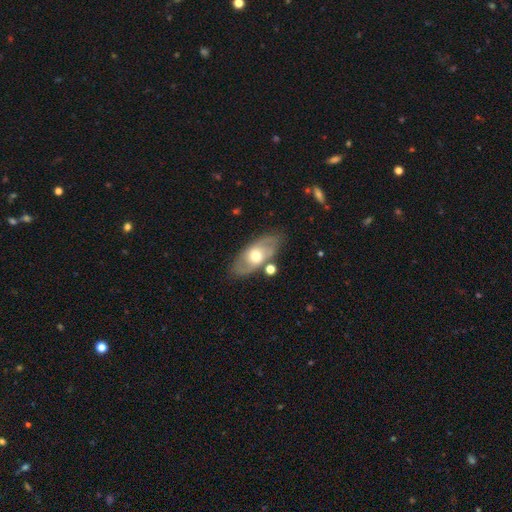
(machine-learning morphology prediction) Q: Smooth or featured?
A: featured or disk (59%); runner-up: smooth (34%)
Q: Edge-on disk?
A: no (85%); runner-up: yes (15%)
Q: Bar?
A: no (71%); runner-up: weak (22%)
Q: Spiral arms?
A: yes (60%); runner-up: no (40%)
Q: Bulge size?
A: moderate (66%); runner-up: small (23%)
Q: Merging?
A: none (75%); runner-up: minor disturbance (14%)